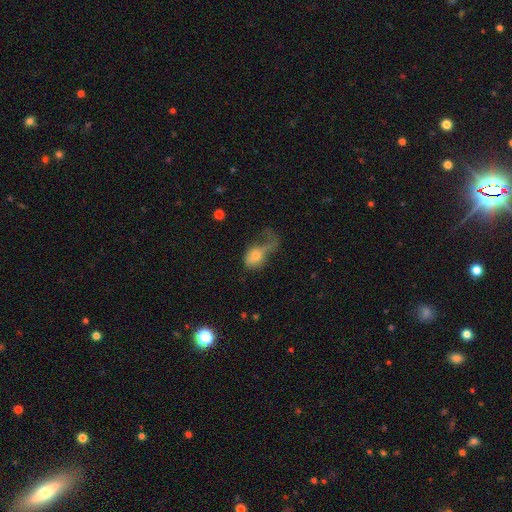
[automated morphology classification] type=smooth (63%); roundness=in between (70%); merging=major disturbance (65%).